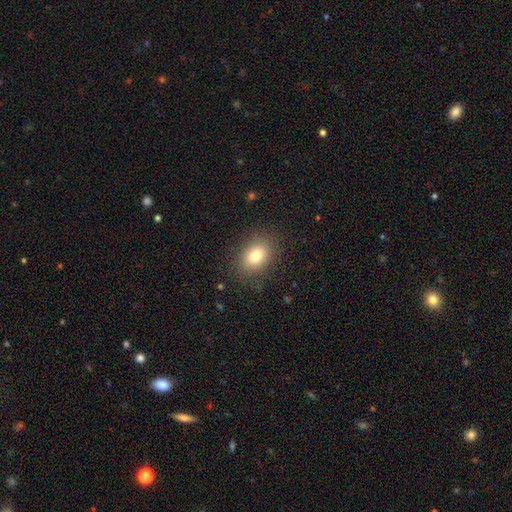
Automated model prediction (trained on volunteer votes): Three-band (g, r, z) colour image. It shows a smooth galaxy with no disk features (78%) that is in between round and cigar-shaped (70%). Merging: none (85%).